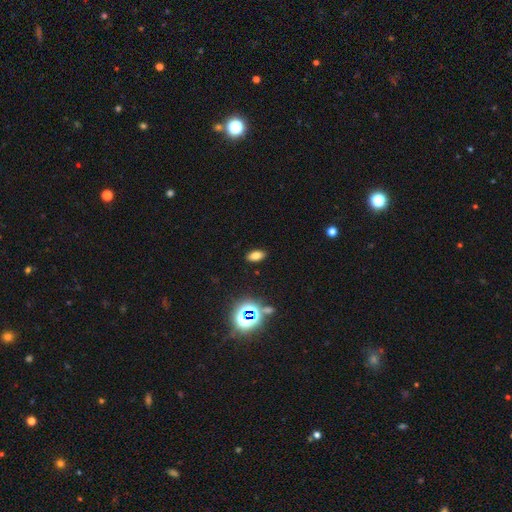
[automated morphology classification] A smooth galaxy with no disk features (71%) that is in between round and cigar-shaped (89%).

Vote fractions:
- Smooth or featured? smooth: 71% / star or artifact: 20% / featured or disk: 8%
- How rounded? in between: 89% / round: 7% / cigar-shaped: 4%
- Merging? none: 89% / minor disturbance: 8% / major disturbance: 2% / merger: 1%